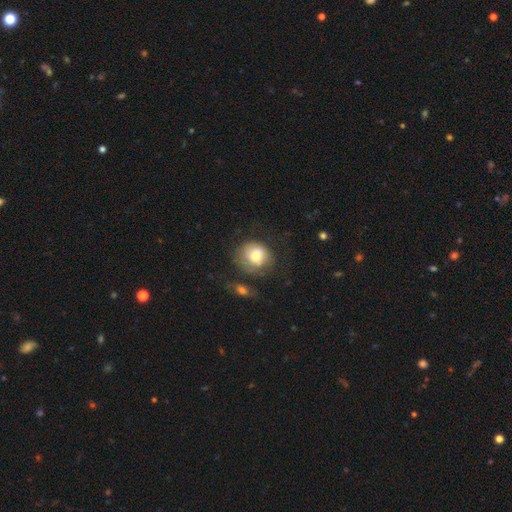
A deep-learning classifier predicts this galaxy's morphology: This appears to be a smooth galaxy with no disk features (70%) that is round (77%). Merging: none (55%).